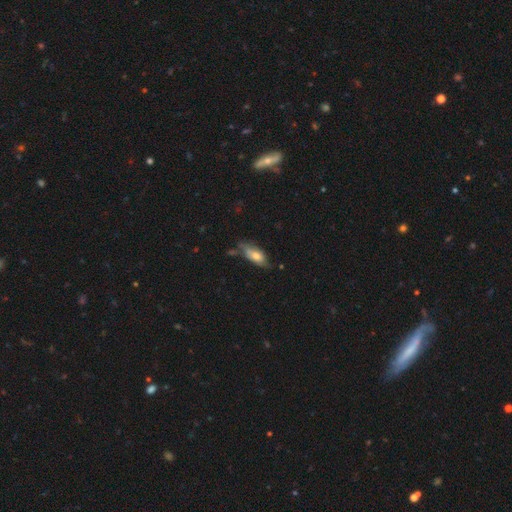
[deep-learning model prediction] This is likely a smooth galaxy (66%). How rounded: likely in between (79%). Merging: possibly none (50%).